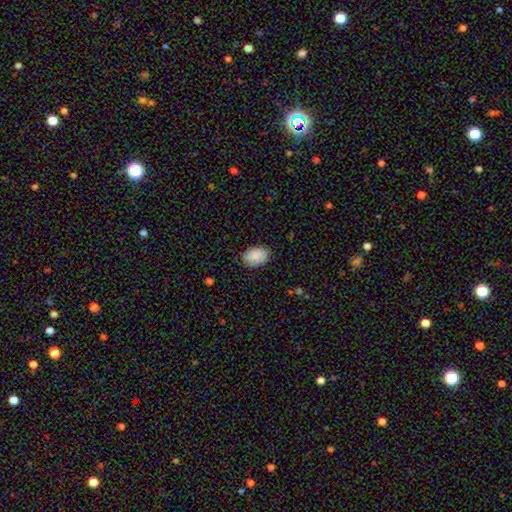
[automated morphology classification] Overall: smooth (88%). How rounded: in between (84%). Merging: none (87%).